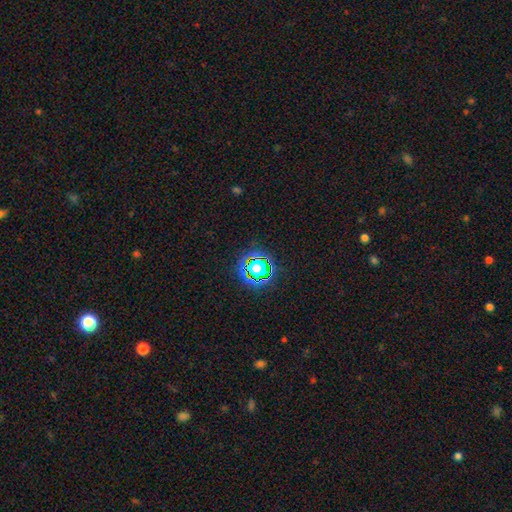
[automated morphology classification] Smooth or featured? Predicted: star or artifact (p=0.76).